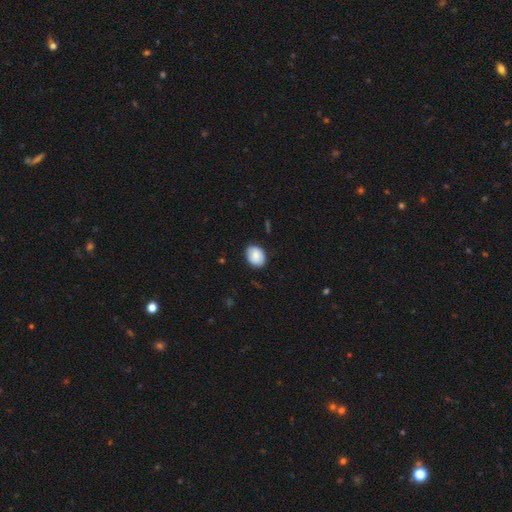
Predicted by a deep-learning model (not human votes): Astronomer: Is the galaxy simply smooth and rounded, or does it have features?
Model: smooth — 83%.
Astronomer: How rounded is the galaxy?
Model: in between — 69%.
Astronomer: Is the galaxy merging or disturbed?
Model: none — 84%.